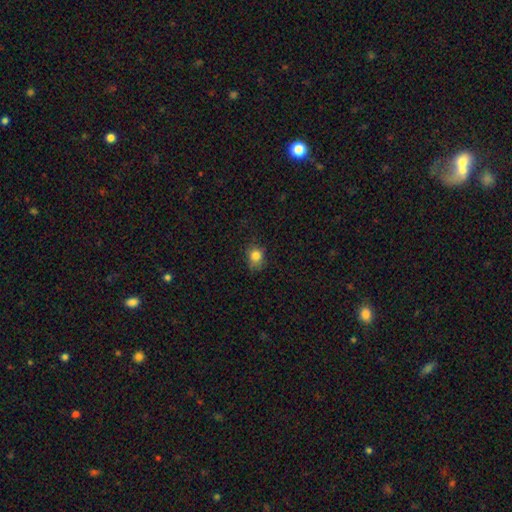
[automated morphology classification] Smooth or featured?
  - smooth: 82% *
  - star or artifact: 12%
  - featured or disk: 6%
How rounded?
  - round: 67% *
  - in between: 32%
  - cigar-shaped: 1%
Merging?
  - none: 68% *
  - minor disturbance: 24%
  - major disturbance: 6%
  - merger: 1%